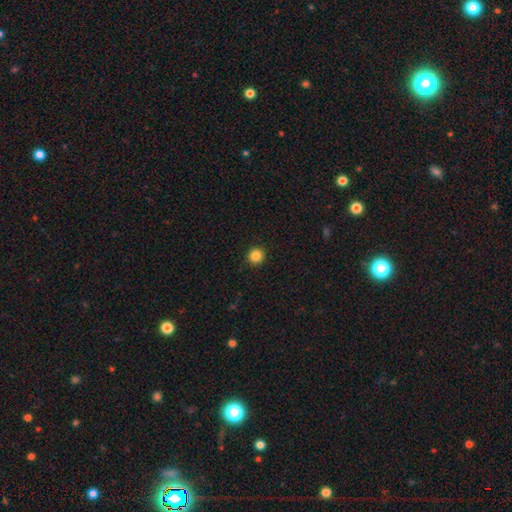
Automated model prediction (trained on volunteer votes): Smooth or featured? Predicted: smooth (p=0.86). How rounded? Predicted: round (p=0.95). Merging? Predicted: none (p=0.93).